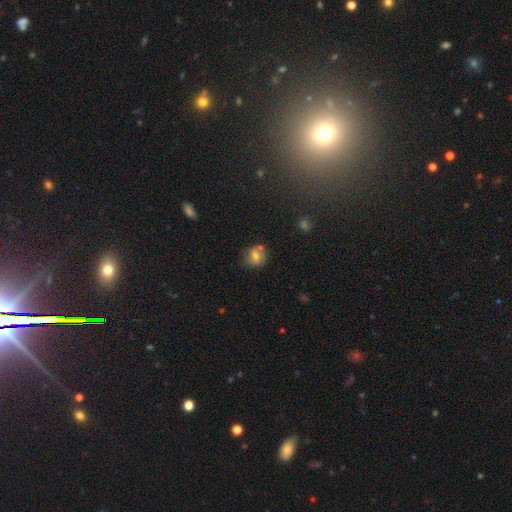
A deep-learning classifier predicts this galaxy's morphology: Q: Smooth or featured?
A: smooth (62%); runner-up: featured or disk (27%)
Q: How rounded?
A: round (78%); runner-up: in between (21%)
Q: Merging?
A: none (67%); runner-up: minor disturbance (18%)